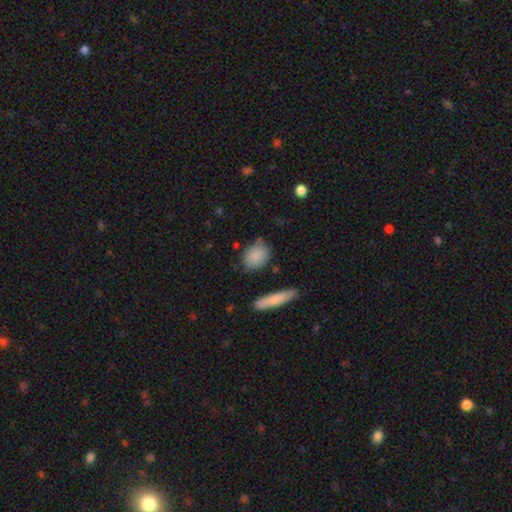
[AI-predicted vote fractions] smooth-or-featured: smooth: 85% | featured or disk: 8% | star or artifact: 7%
  how-rounded: in between: 49% | round: 47% | cigar-shaped: 4%
  merging: none: 72% | minor disturbance: 17% | merger: 6% | major disturbance: 4%